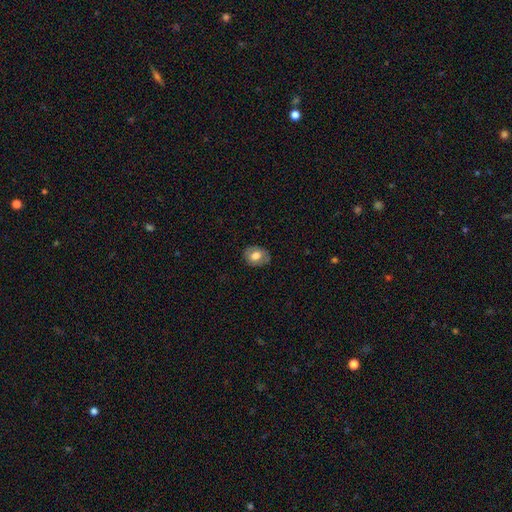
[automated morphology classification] A smooth galaxy with no disk features (72%) that is in between round and cigar-shaped (58%).

Vote fractions:
- Smooth or featured? smooth: 72% / featured or disk: 20% / star or artifact: 8%
- How rounded? in between: 58% / round: 41% / cigar-shaped: 1%
- Merging? none: 82% / minor disturbance: 14% / major disturbance: 3% / merger: 1%